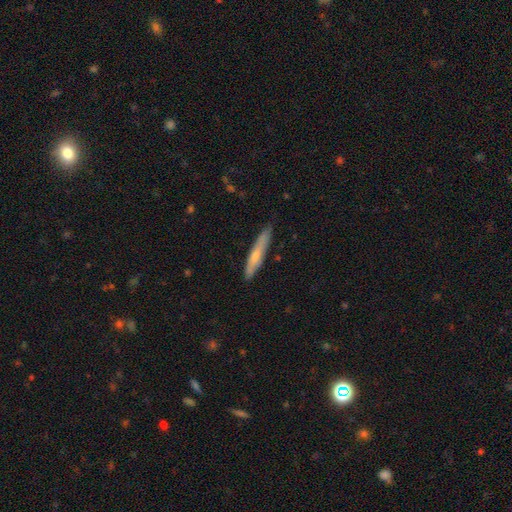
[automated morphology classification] Smooth or featured: smooth — 57% (featured or disk — 37%)
How rounded: cigar-shaped — 92% (in between — 7%)
Merging: none — 82% (minor disturbance — 14%)